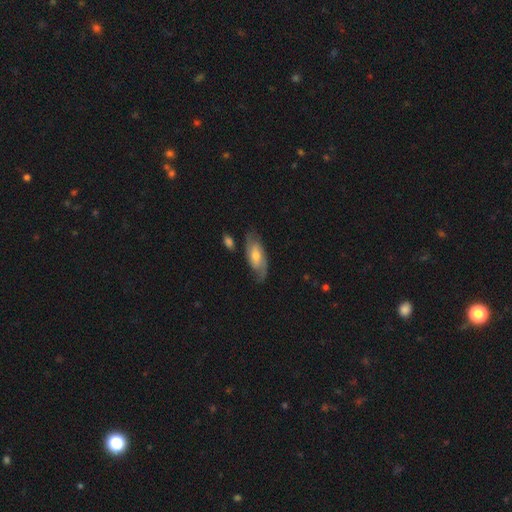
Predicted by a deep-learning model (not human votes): Morphology: type=featured or disk (68%); edge-on=no (88%); bar=no (50%); spiral arms=yes (89%); winding=medium (43%); arm count=2 (75%); bulge=moderate (55%); merging=none (76%).